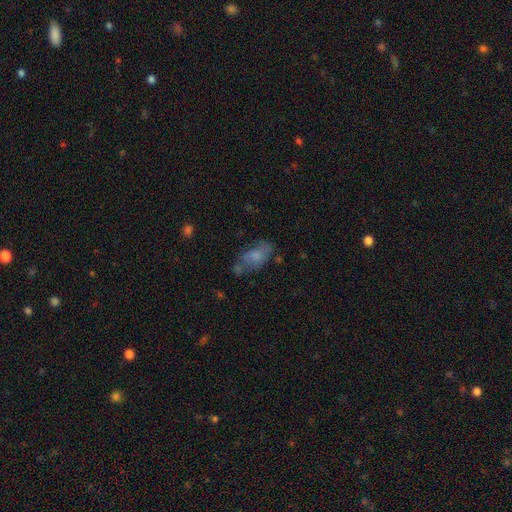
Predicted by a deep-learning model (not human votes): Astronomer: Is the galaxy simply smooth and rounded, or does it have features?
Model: smooth — 64%.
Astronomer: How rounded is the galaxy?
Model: in between — 89%.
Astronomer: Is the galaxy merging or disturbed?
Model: none — 46% (runner-up: minor disturbance, 26%).